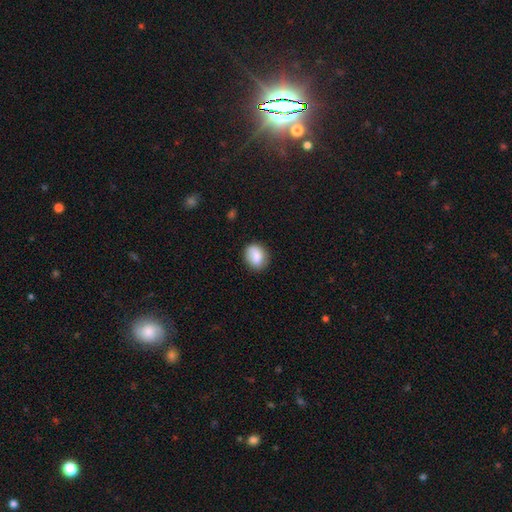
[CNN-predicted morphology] A smooth galaxy with no disk features (84%) that is round (51%).

Vote fractions:
- Smooth or featured? smooth: 84% / featured or disk: 8% / star or artifact: 8%
- How rounded? round: 51% / in between: 48% / cigar-shaped: 1%
- Merging? none: 79% / minor disturbance: 15% / major disturbance: 3% / merger: 2%